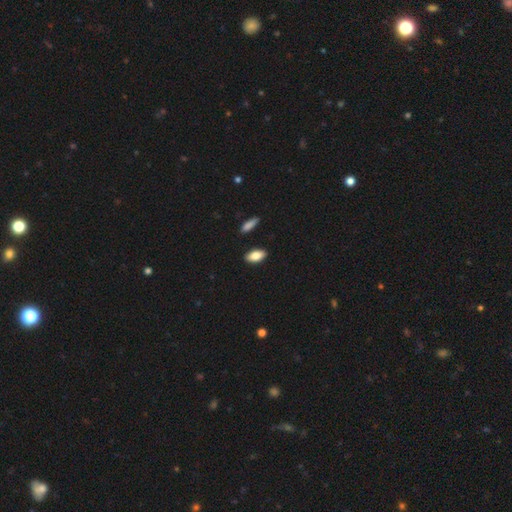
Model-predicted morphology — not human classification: smooth-or-featured: smooth: 83% | featured or disk: 10% | star or artifact: 7%
  how-rounded: in between: 90% | cigar-shaped: 7% | round: 3%
  merging: none: 88% | minor disturbance: 8% | merger: 2% | major disturbance: 2%